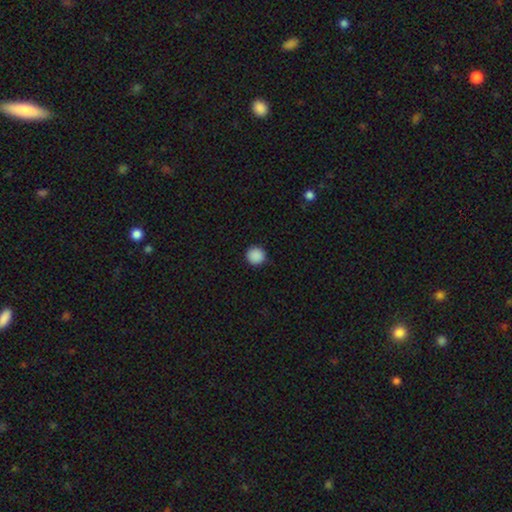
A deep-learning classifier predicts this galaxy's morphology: type=smooth (89%); roundness=round (94%); merging=none (93%).